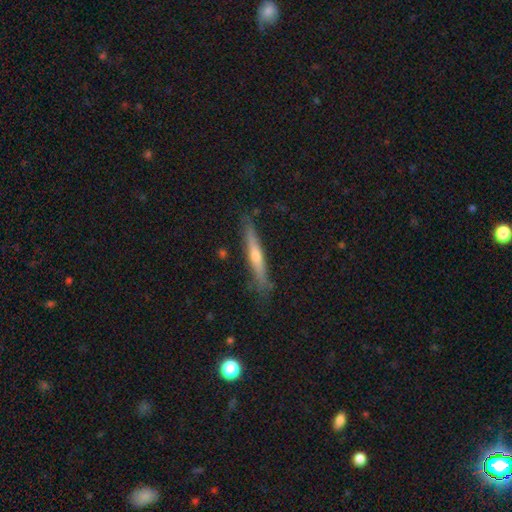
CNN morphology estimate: Q: Smooth or featured?
A: featured or disk (55%); runner-up: smooth (38%)
Q: Edge-on disk?
A: yes (94%); runner-up: no (6%)
Q: Edge-on bulge?
A: rounded (73%); runner-up: none (23%)
Q: Merging?
A: none (82%); runner-up: minor disturbance (14%)